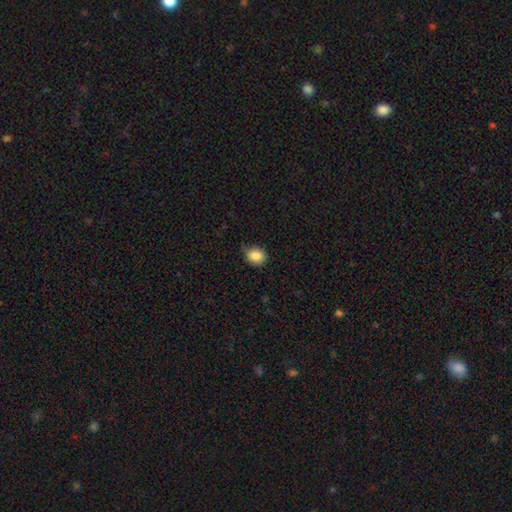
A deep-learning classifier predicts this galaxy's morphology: Smooth or featured: smooth — 85% (star or artifact — 10%)
How rounded: round — 63% (in between — 36%)
Merging: none — 59% (minor disturbance — 33%)